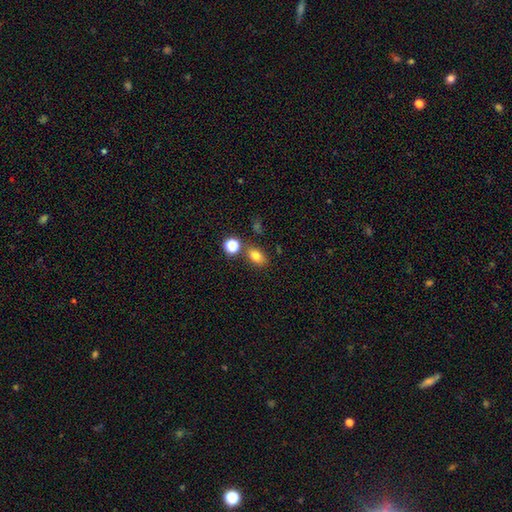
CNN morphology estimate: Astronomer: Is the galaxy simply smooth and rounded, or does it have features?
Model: smooth — 78%.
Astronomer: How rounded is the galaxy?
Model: in between — 76%.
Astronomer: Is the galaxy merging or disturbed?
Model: none — 76%.